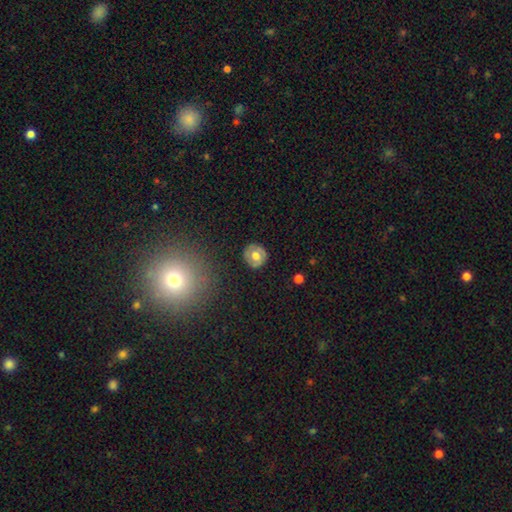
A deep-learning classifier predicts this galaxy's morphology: Smooth or featured?
  - smooth: 56% *
  - featured or disk: 36%
  - star or artifact: 8%
How rounded?
  - round: 91% *
  - in between: 8%
  - cigar-shaped: 1%
Merging?
  - none: 86% *
  - minor disturbance: 10%
  - major disturbance: 3%
  - merger: 1%